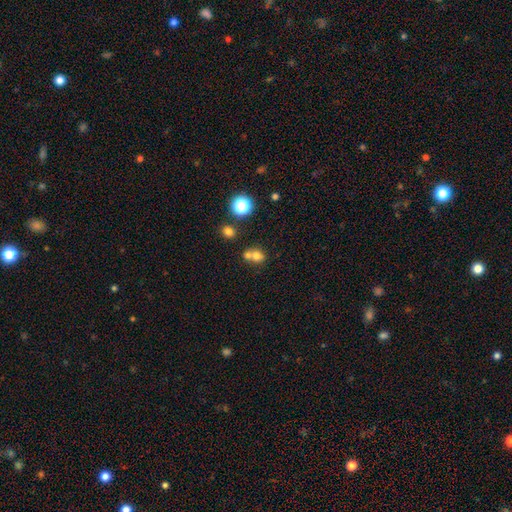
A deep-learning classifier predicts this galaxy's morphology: Smooth or featured? smooth (70%)
How rounded? round (65%)
Merging? merger (54%)